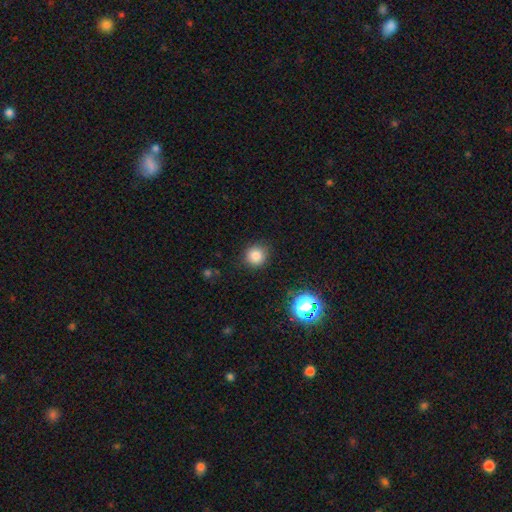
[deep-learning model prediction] Smooth or featured? Predicted: smooth (p=0.82). How rounded? Predicted: round (p=0.91). Merging? Predicted: none (p=0.87).